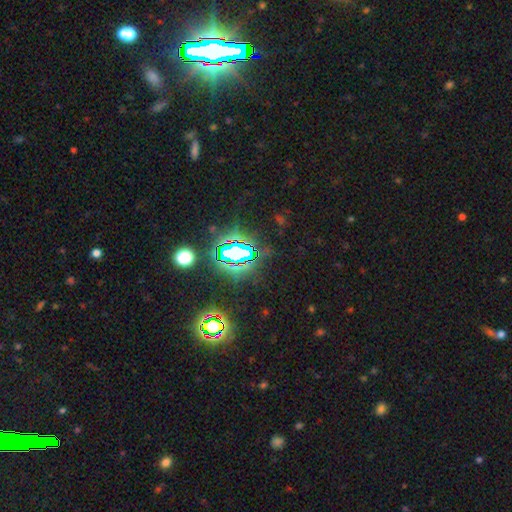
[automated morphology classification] type=star or artifact (82%).